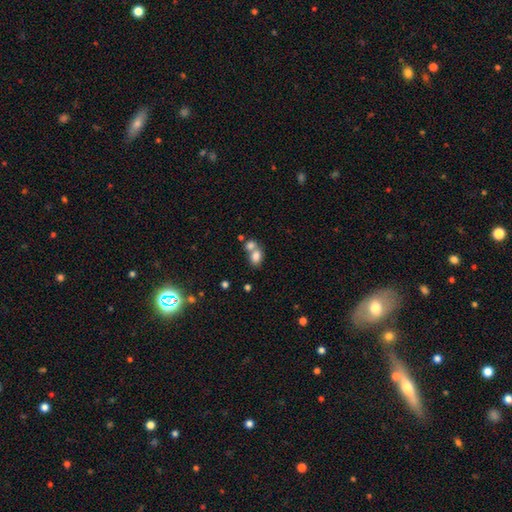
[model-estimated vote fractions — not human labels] Smooth or featured? Predicted: smooth (p=0.78). How rounded? Predicted: in between (p=0.67). Merging? Predicted: merger (p=0.58).